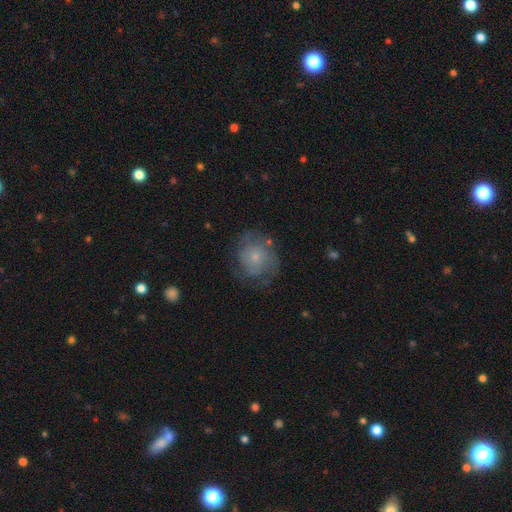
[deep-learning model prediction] The model was most divided on "smooth or featured": featured or disk: 47%, smooth: 43%, star or artifact: 9%. More confident: merging — none (64%).